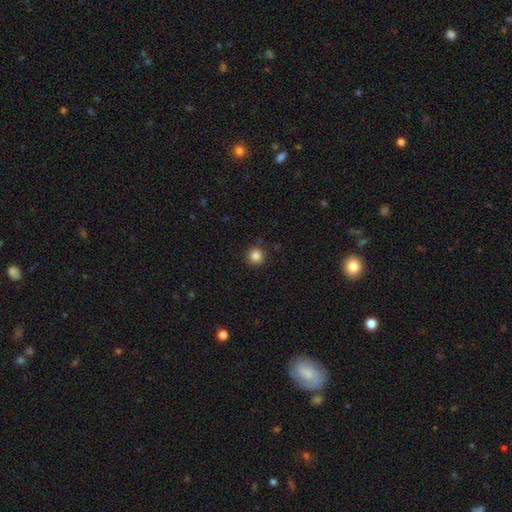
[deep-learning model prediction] Smooth or featured? Predicted: smooth (p=0.86). How rounded? Predicted: round (p=0.95). Merging? Predicted: none (p=0.90).